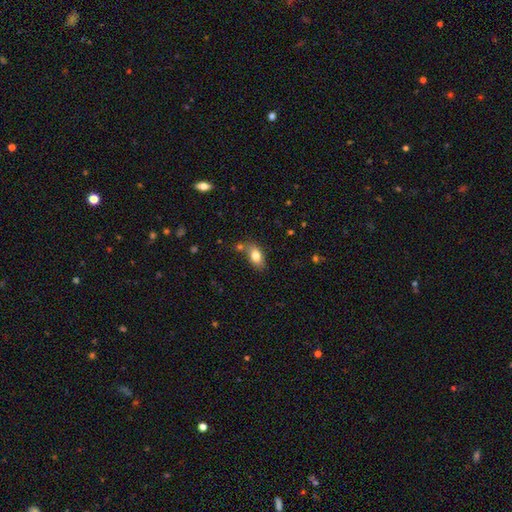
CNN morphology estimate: Overall: smooth (80%). How rounded: in between (86%). Merging: none (65%).